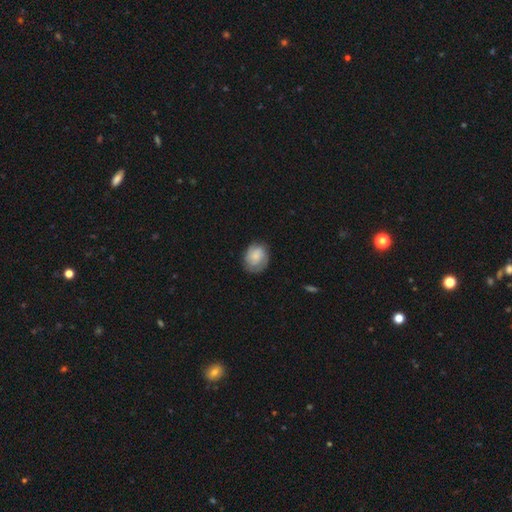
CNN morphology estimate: Overall: smooth (55%; featured or disk 38%). How rounded: round (62%; in between 37%). Merging: none (74%).